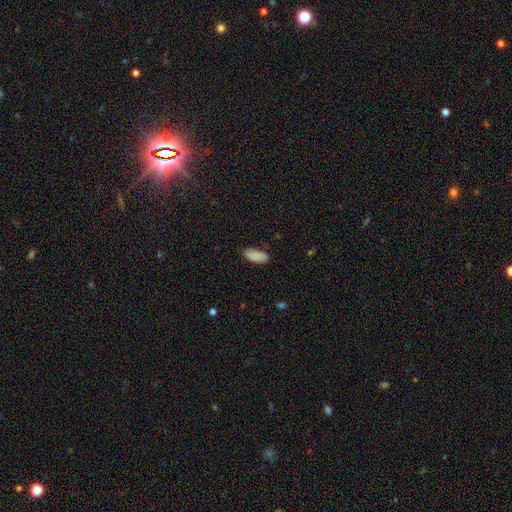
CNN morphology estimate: smooth_or_featured: smooth (p=0.89) [alt: star or artifact p=0.07]
how_rounded: in between (p=0.88) [alt: cigar-shaped p=0.10]
merging: none (p=0.84) [alt: minor disturbance p=0.12]